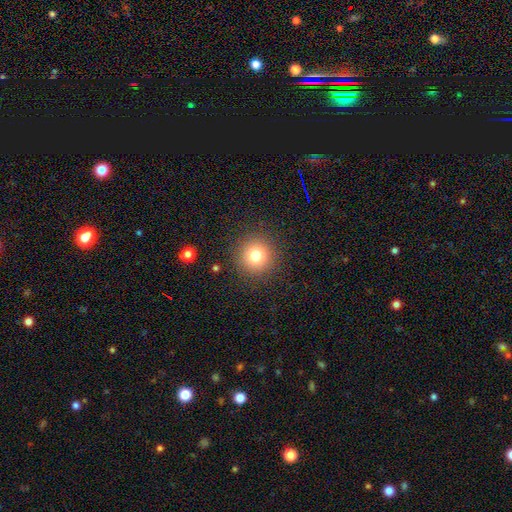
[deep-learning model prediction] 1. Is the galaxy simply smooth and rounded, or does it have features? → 79% smooth, 13% star or artifact, 9% featured or disk.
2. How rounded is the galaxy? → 95% round, 4% in between, 1% cigar-shaped.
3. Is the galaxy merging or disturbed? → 90% none, 6% minor disturbance, 3% major disturbance, 1% merger.